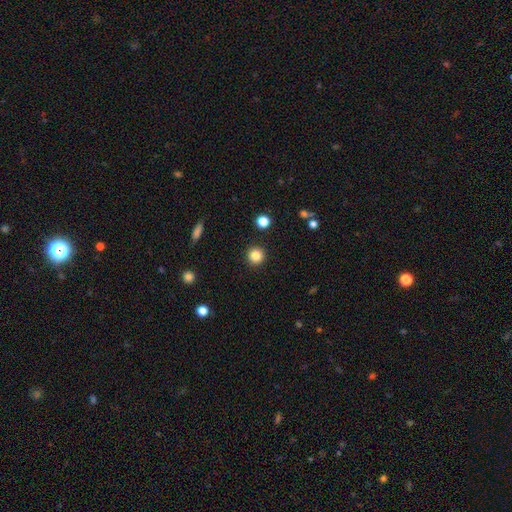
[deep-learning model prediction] This appears to be a smooth galaxy with no disk features (84%) that is round (95%). Merging: none (92%).